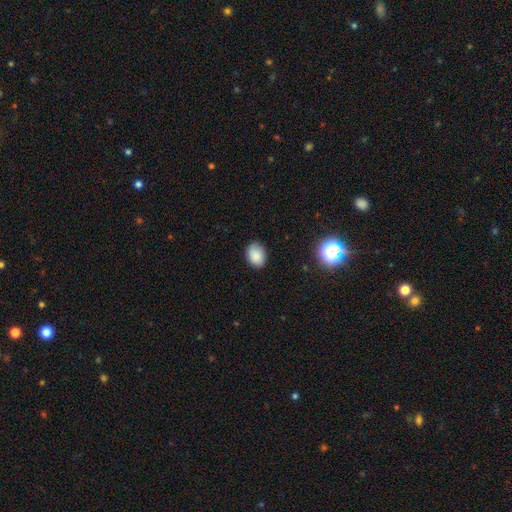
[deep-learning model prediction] This is clearly a smooth galaxy (85%). How rounded: likely in between (72%). Merging: clearly none (82%).